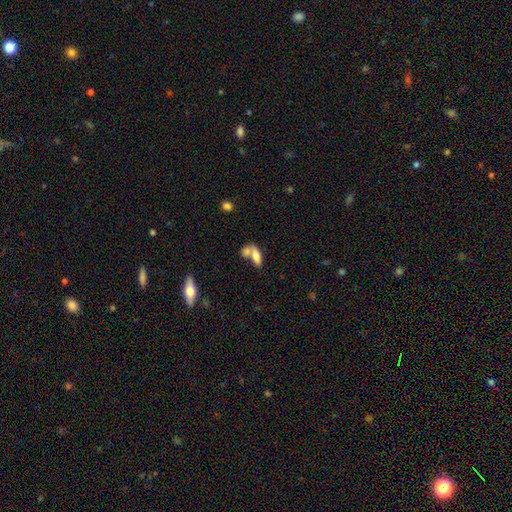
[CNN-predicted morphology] Smooth or featured: smooth — 73% (featured or disk — 18%)
How rounded: in between — 78% (cigar-shaped — 17%)
Merging: merger — 55% (none — 29%)